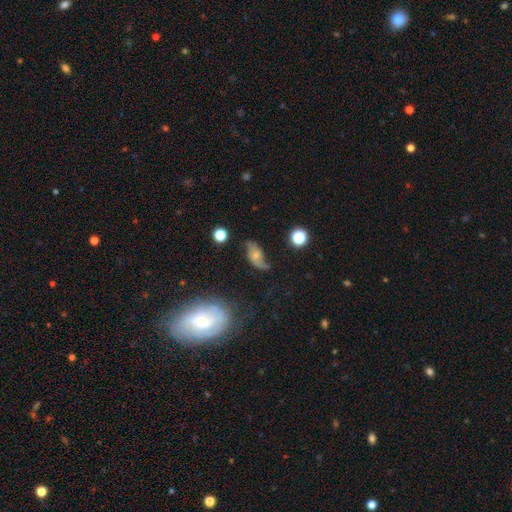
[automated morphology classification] Smooth or featured? Predicted: featured or disk (p=0.59). Edge-on disk? Predicted: no (p=0.93). Bar? Predicted: no (p=0.65). Spiral arms? Predicted: yes (p=0.84). Bulge size? Predicted: small (p=0.46). Merging? Predicted: none (p=0.48).